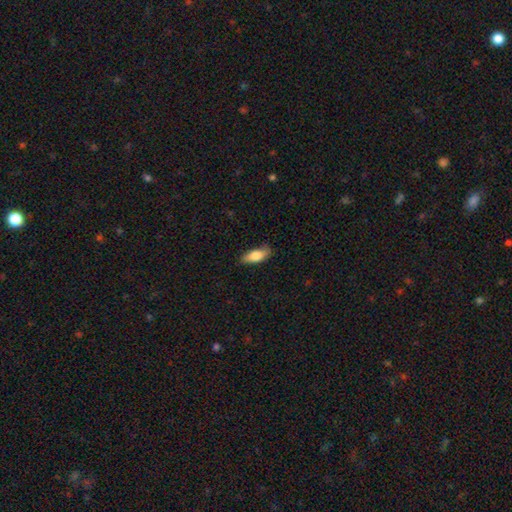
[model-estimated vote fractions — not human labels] This is likely a smooth galaxy (78%). How rounded: likely in between (75%). Merging: clearly none (81%).